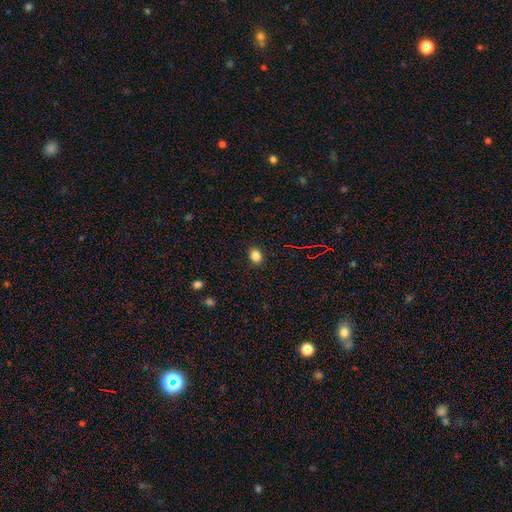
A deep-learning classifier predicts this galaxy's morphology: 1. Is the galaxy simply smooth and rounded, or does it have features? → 83% smooth, 12% star or artifact, 5% featured or disk.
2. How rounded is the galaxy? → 57% in between, 42% round, 1% cigar-shaped.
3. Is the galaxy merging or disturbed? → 89% none, 8% minor disturbance, 2% major disturbance, 1% merger.